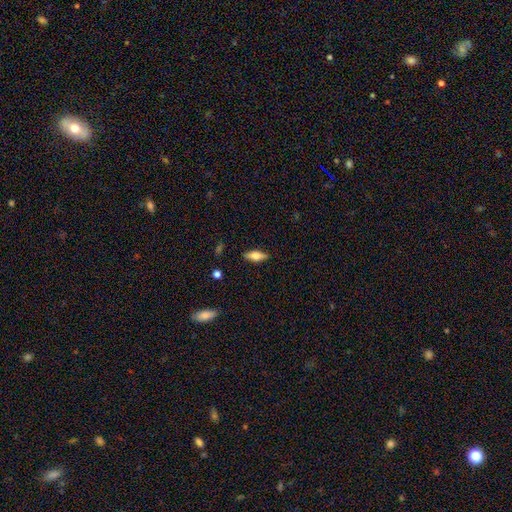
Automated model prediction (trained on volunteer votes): Overall: smooth (61%; featured or disk 32%). How rounded: in between (65%; cigar-shaped 32%). Merging: none (86%).